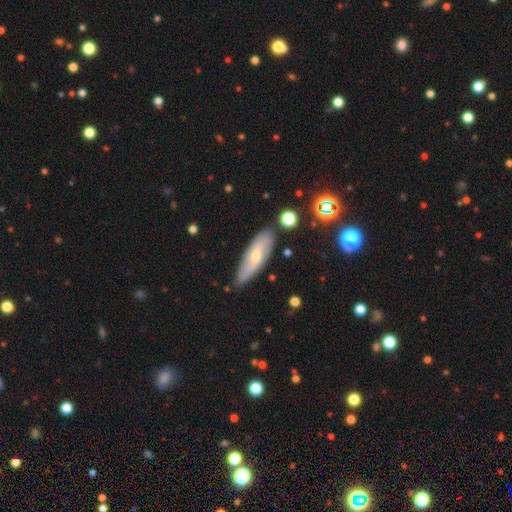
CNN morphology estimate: Smooth or featured? featured or disk (52%)
Edge-on disk? no (67%)
Merging? none (75%)